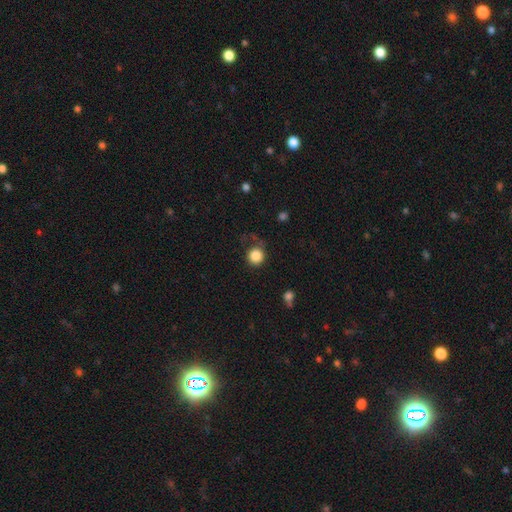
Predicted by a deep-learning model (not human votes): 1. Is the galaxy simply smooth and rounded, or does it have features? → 86% smooth, 9% star or artifact, 5% featured or disk.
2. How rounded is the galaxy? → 92% round, 7% in between, 1% cigar-shaped.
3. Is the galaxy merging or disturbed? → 70% none, 17% minor disturbance, 10% major disturbance, 3% merger.